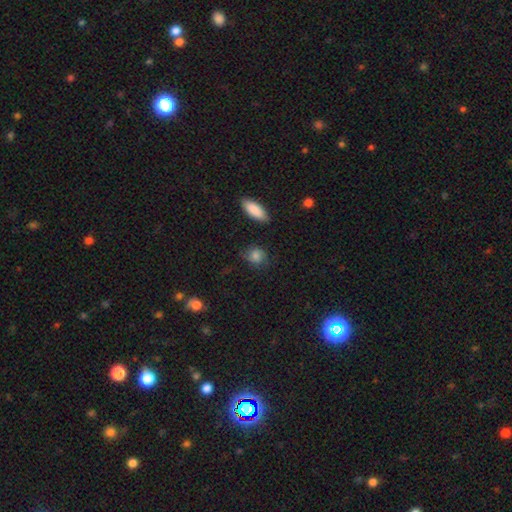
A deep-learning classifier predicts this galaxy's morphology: Smooth or featured? smooth (73%)
How rounded? round (59%)
Merging? none (67%)